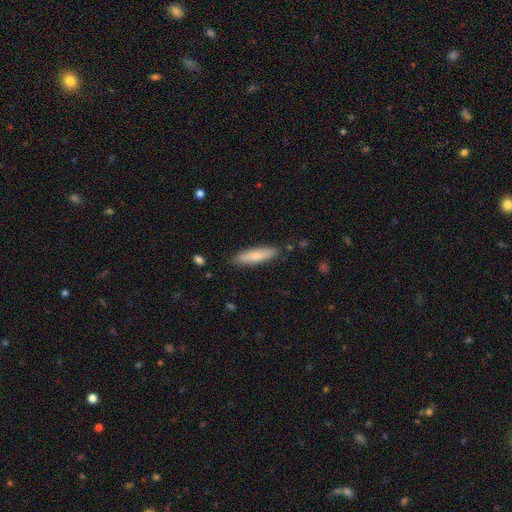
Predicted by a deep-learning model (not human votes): smooth-or-featured: smooth: 74% | featured or disk: 20% | star or artifact: 6%
  how-rounded: cigar-shaped: 72% | in between: 26% | round: 2%
  merging: none: 87% | minor disturbance: 10% | major disturbance: 2% | merger: 1%